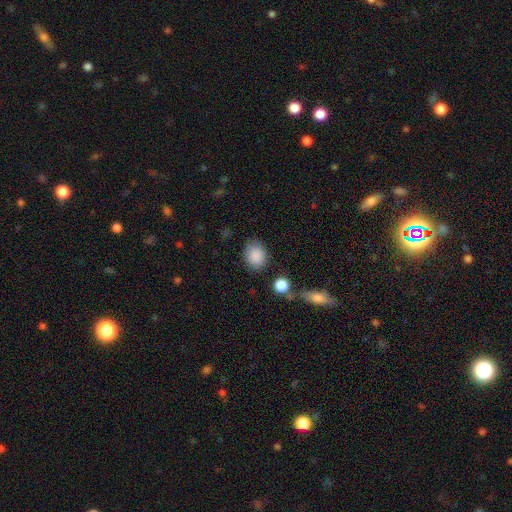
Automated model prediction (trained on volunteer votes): The model was most divided on "how rounded": round: 56%, in between: 43%, cigar-shaped: 1%. More confident: smooth or featured — smooth (88%); merging — none (78%).